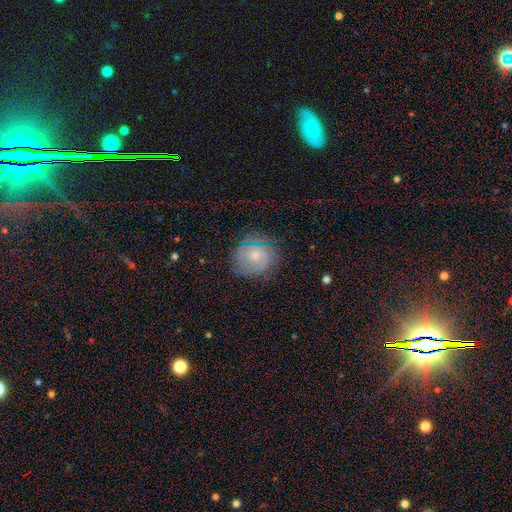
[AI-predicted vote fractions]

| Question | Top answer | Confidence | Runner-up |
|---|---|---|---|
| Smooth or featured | featured or disk | 53% | smooth (38%) |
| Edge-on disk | no | 97% | yes (3%) |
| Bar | no | 78% | weak (19%) |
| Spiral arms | yes | 84% | no (16%) |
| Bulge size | small | 61% | moderate (31%) |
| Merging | none | 74% | minor disturbance (18%) |